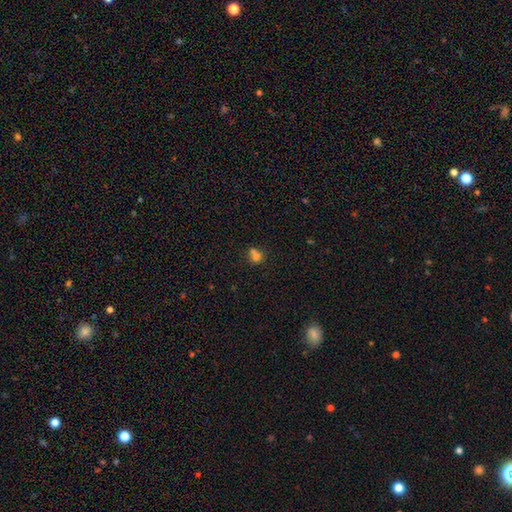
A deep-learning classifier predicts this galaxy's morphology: smooth_or_featured: smooth (p=0.73) [alt: star or artifact p=0.15]
how_rounded: round (p=0.68) [alt: in between p=0.31]
merging: merger (p=0.48) [alt: none p=0.35]